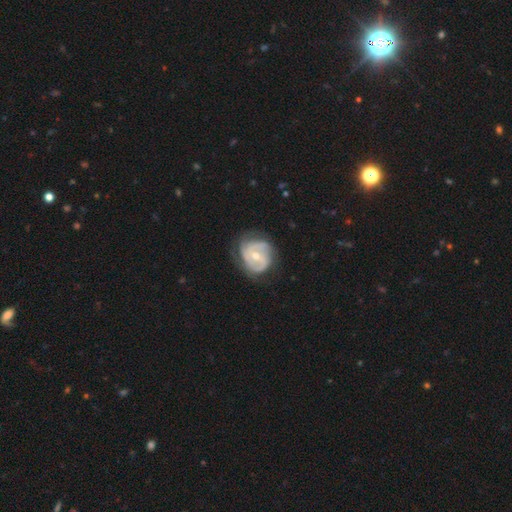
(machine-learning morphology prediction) smooth-or-featured: featured or disk: 78% | smooth: 17% | star or artifact: 5%
  disk-edge-on: no: 98% | yes: 2%
    bar: no: 55% | weak: 34% | strong: 11%
    has-spiral-arms: yes: 87% | no: 13%
      spiral-winding: tight: 50% | medium: 36% | loose: 14%
      spiral-arm-count: 2: 40% | can't tell: 26% | 3: 20% | 1: 6% | 4: 4% | more than 4: 3%
    bulge-size: moderate: 56% | small: 40% | large: 2% | none: 1% | dominant: 1%
  merging: none: 60% | minor disturbance: 26% | major disturbance: 12% | merger: 1%